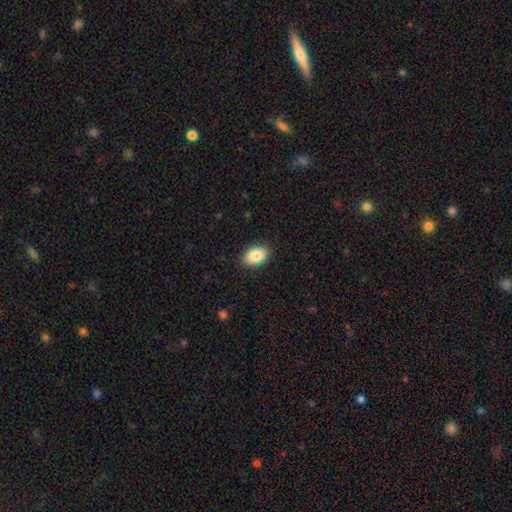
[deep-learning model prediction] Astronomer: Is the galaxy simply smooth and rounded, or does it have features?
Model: smooth — 86%.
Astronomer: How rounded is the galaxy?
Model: in between — 87%.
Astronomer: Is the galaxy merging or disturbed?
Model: none — 88%.